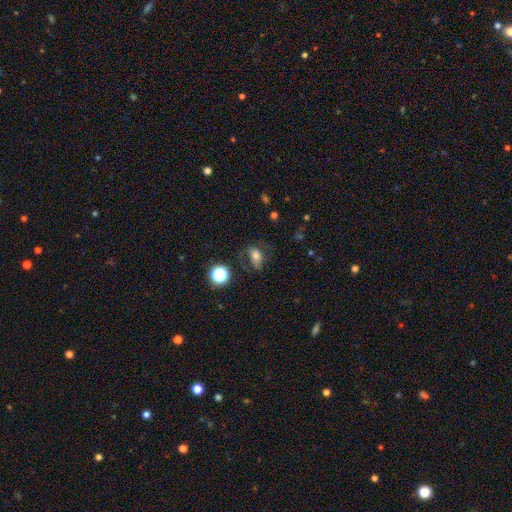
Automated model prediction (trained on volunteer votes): A smooth galaxy with no disk features (61%) that is in between round and cigar-shaped (72%). Merging: none (55%).